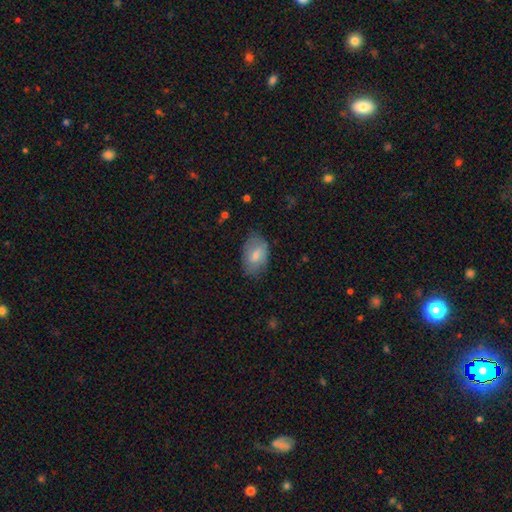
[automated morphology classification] Overall: smooth (74%). How rounded: in between (91%). Merging: none (71%).